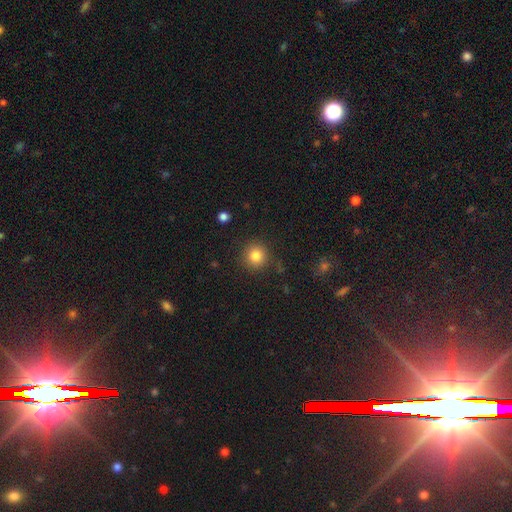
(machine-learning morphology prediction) This is clearly a smooth galaxy (83%). How rounded: clearly round (93%). Merging: clearly none (88%).